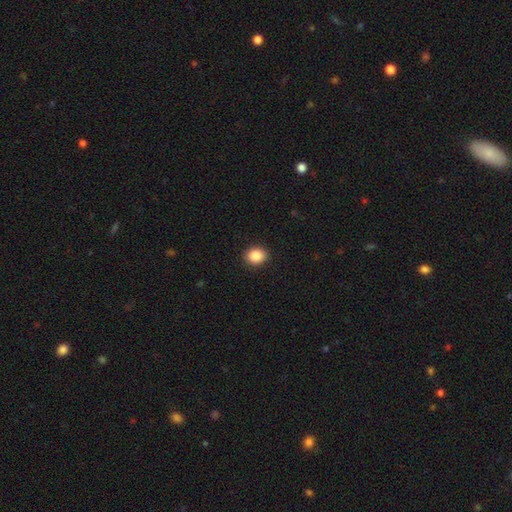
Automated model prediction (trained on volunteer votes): Smooth or featured: smooth — 88% (star or artifact — 9%)
How rounded: round — 64% (in between — 35%)
Merging: none — 91% (minor disturbance — 6%)